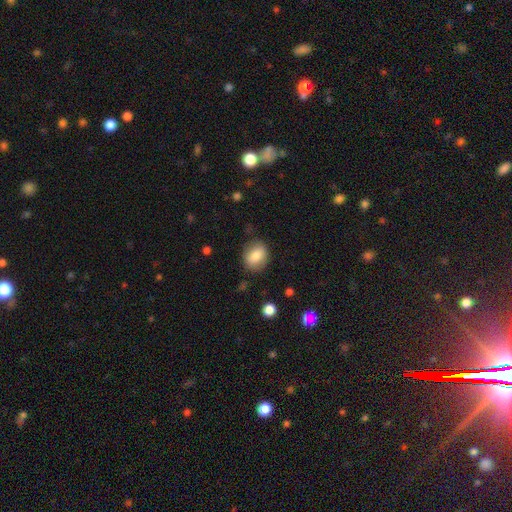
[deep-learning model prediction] Q: Smooth or featured?
A: smooth (80%); runner-up: featured or disk (12%)
Q: How rounded?
A: in between (52%); runner-up: round (47%)
Q: Merging?
A: none (79%); runner-up: minor disturbance (15%)